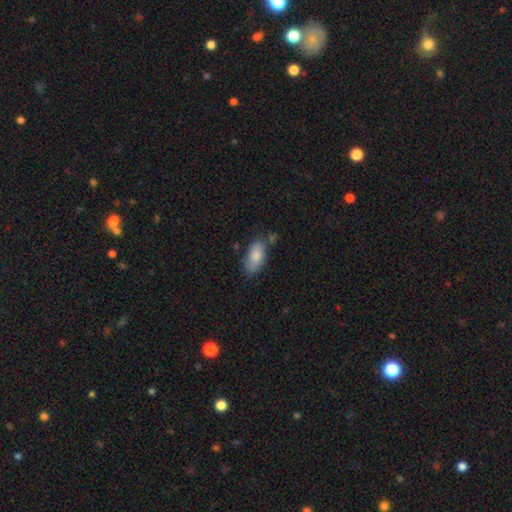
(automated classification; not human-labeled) A smooth galaxy with no disk features (80%) that is in between round and cigar-shaped (90%). Merging: none (59%).